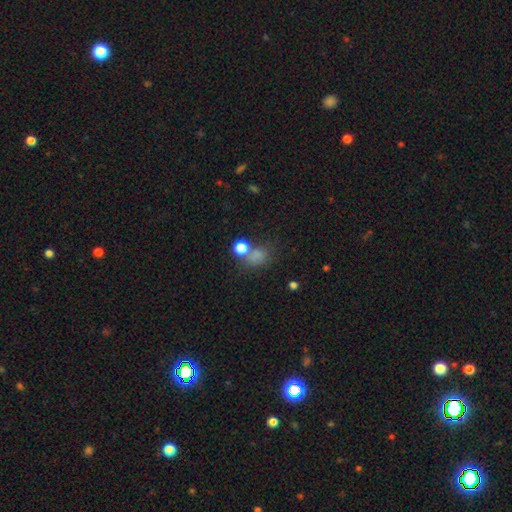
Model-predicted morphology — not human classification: Smooth or featured: smooth — 71% (star or artifact — 21%)
How rounded: round — 66% (in between — 33%)
Merging: none — 52% (merger — 23%)